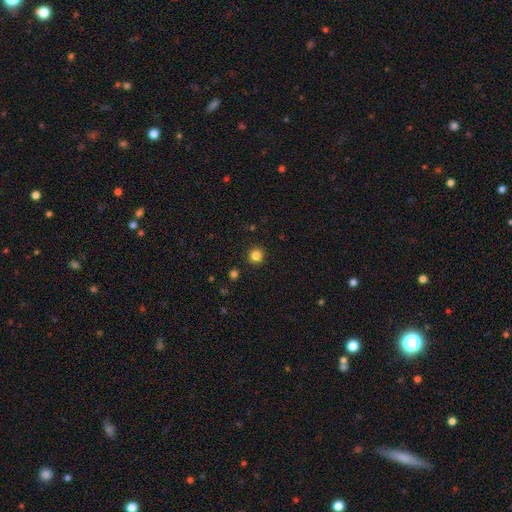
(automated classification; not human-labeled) smooth-or-featured: smooth: 84% | star or artifact: 12% | featured or disk: 4%
  how-rounded: round: 94% | in between: 5% | cigar-shaped: 1%
  merging: none: 92% | minor disturbance: 5% | major disturbance: 2% | merger: 1%